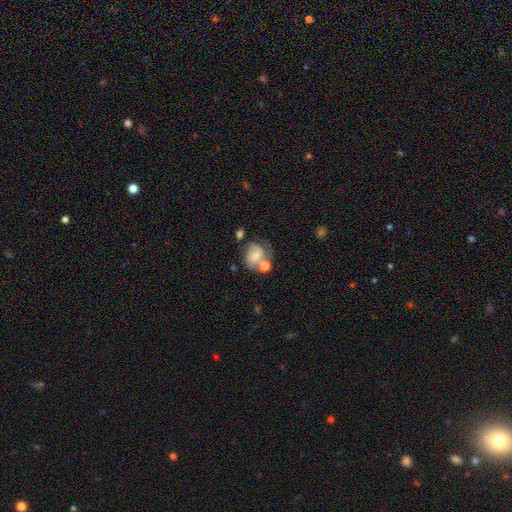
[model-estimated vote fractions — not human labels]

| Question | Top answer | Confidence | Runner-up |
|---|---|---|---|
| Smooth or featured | smooth | 48% | featured or disk (42%) |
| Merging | none | 38% | merger (25%) |